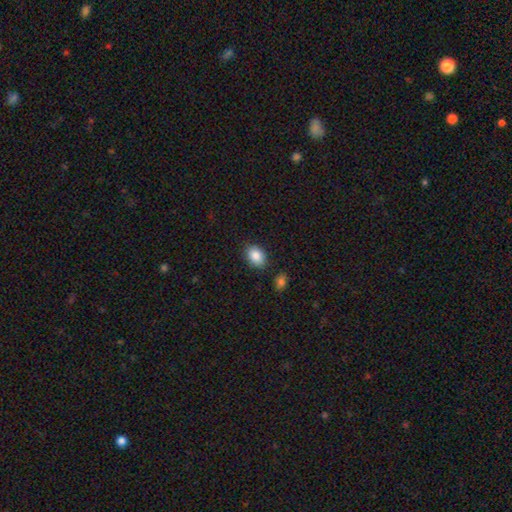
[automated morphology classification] smooth-or-featured: smooth: 87% | star or artifact: 7% | featured or disk: 6%
  how-rounded: in between: 78% | round: 21% | cigar-shaped: 1%
  merging: none: 84% | minor disturbance: 10% | merger: 3% | major disturbance: 2%